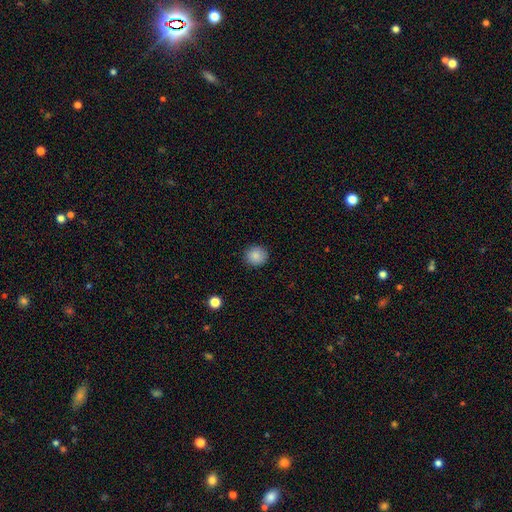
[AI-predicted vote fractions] The model was most divided on "smooth or featured": smooth: 86%, star or artifact: 9%, featured or disk: 5%. More confident: merging — none (91%); how rounded — round (89%).